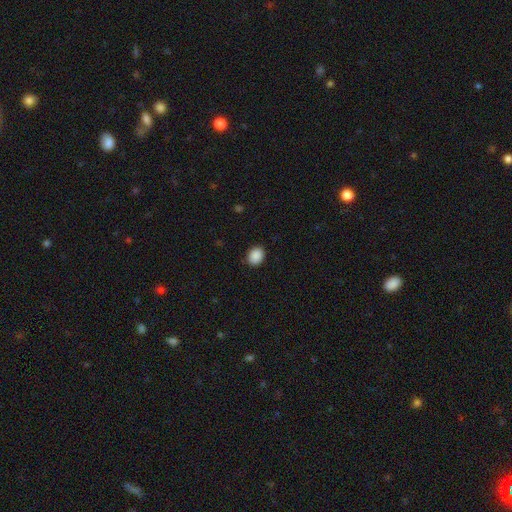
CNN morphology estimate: smooth 89%, star or artifact 8%, featured or disk 2%. Down the decision tree: how rounded — round (53%); merging — none (89%).